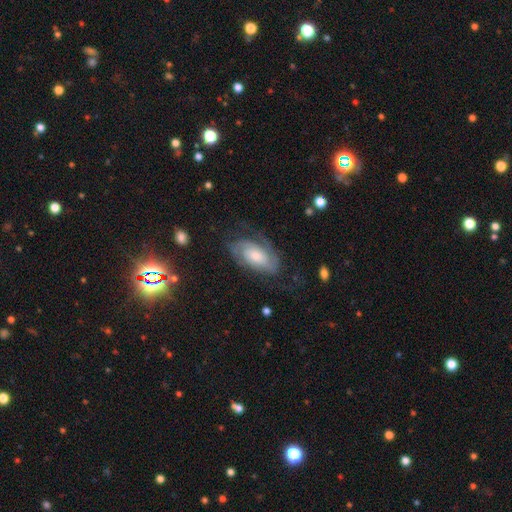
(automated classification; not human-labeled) Smooth or featured: featured or disk — 77% (smooth — 17%)
Edge-on disk: no — 95% (yes — 5%)
Bar: no — 64% (weak — 29%)
Spiral arms: yes — 94% (no — 6%)
Spiral winding: tight — 54% (medium — 35%)
Spiral arm count: 2 — 66% (can't tell — 18%)
Bulge size: moderate — 44% (small — 31%)
Merging: none — 66% (minor disturbance — 19%)